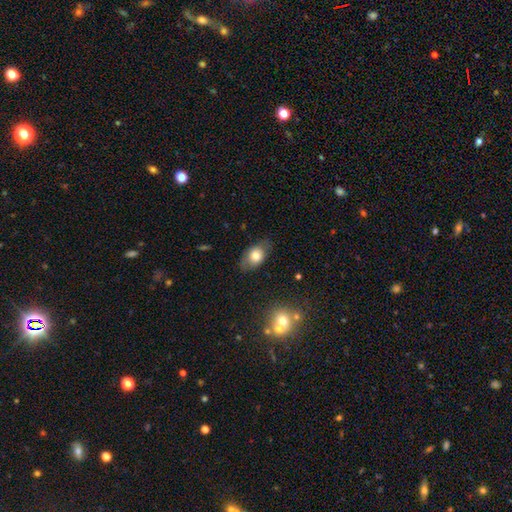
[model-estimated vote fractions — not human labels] This appears to be a smooth galaxy with no disk features (74%) that is in between round and cigar-shaped (85%). Merging: none (75%).